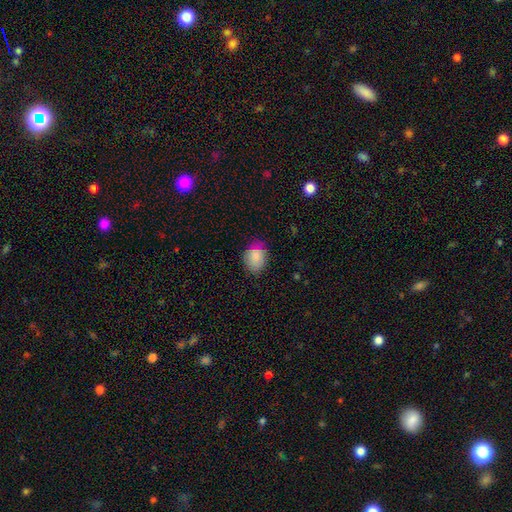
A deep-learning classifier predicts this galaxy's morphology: smooth_or_featured: smooth (p=0.83) [alt: featured or disk p=0.09]
how_rounded: in between (p=0.62) [alt: round p=0.37]
merging: none (p=0.71) [alt: minor disturbance p=0.23]